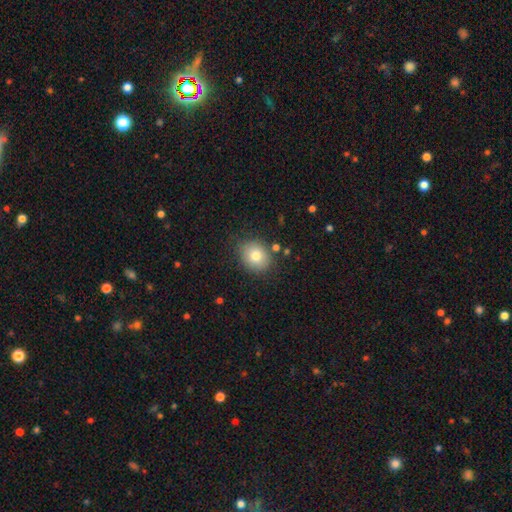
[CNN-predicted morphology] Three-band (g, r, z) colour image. It shows a smooth galaxy with no disk features (79%) that is round (66%). Merging: none (81%).